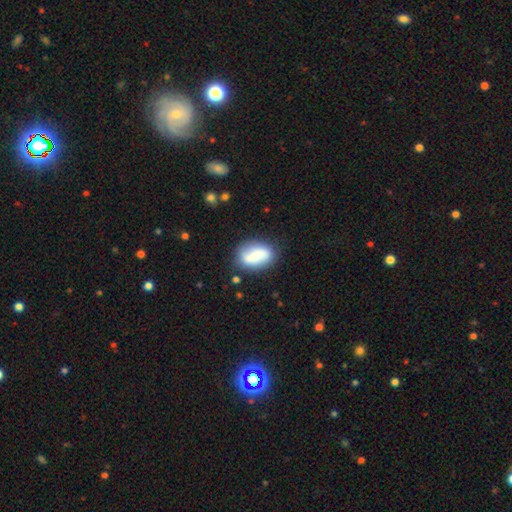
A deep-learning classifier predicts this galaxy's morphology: This appears to be a smooth galaxy with no disk features (71%) that is in between round and cigar-shaped (86%). Merging: none (71%).